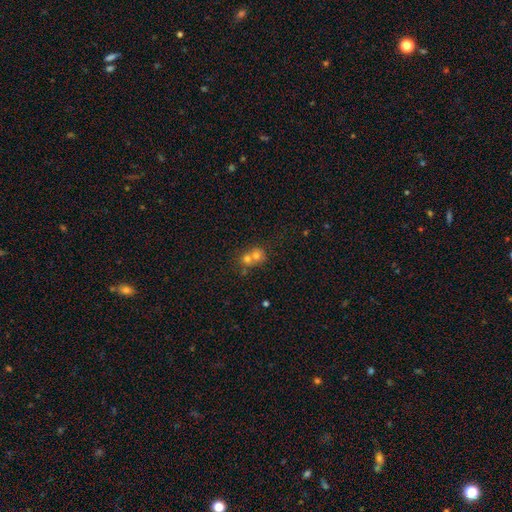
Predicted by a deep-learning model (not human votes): This is likely a smooth galaxy (60%). How rounded: likely round (77%). Merging: possibly merger (57%).